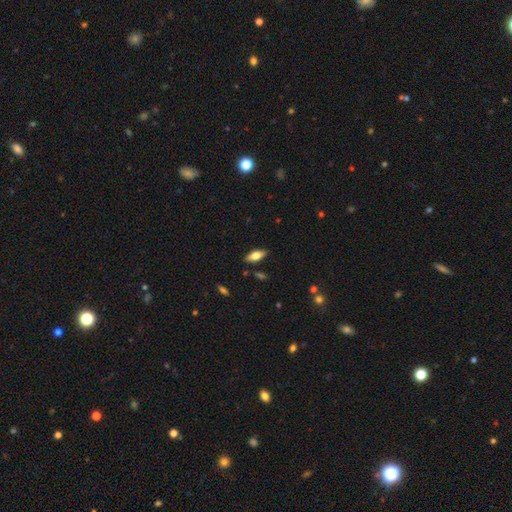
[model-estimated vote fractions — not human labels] Overall: smooth (66%; featured or disk 27%). How rounded: in between (80%). Merging: none (87%).